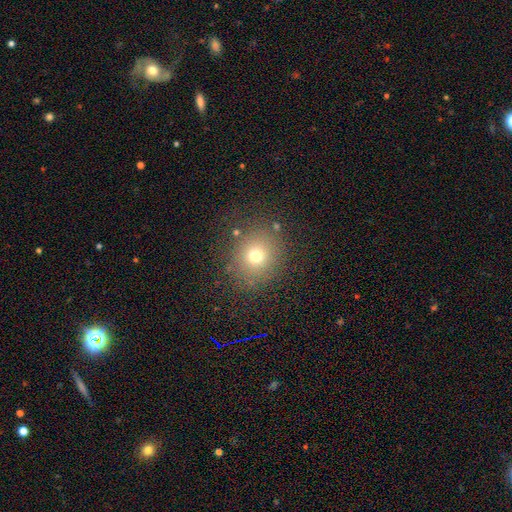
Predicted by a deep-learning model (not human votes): This is likely a smooth galaxy (70%). How rounded: clearly round (87%). Merging: clearly none (83%).